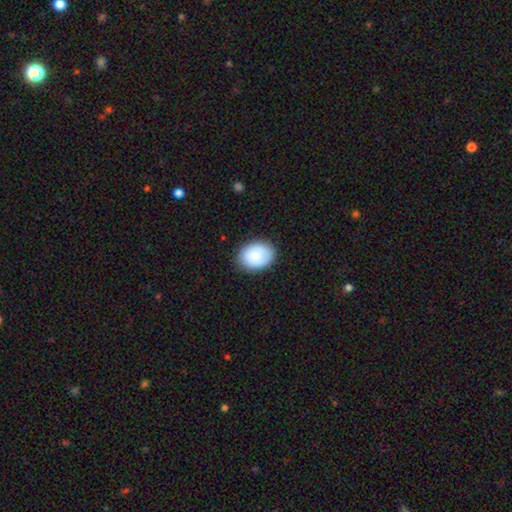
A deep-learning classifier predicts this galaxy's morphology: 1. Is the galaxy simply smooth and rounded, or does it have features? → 83% smooth, 11% featured or disk, 7% star or artifact.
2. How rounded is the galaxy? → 64% in between, 35% round, 1% cigar-shaped.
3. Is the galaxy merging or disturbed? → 84% none, 13% minor disturbance, 3% major disturbance, 1% merger.